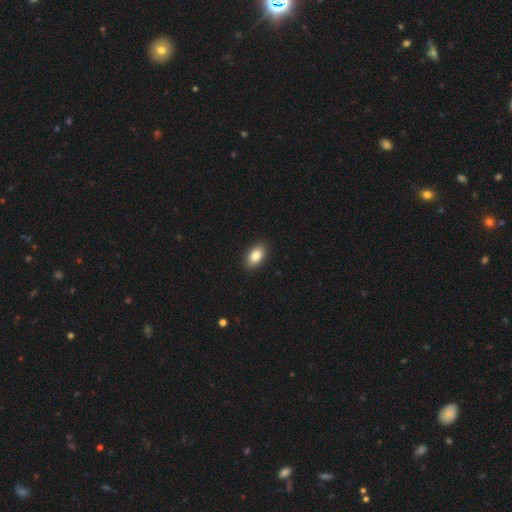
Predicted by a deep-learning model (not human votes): Smooth or featured: smooth — 84% (featured or disk — 8%)
How rounded: in between — 92% (round — 6%)
Merging: none — 90% (minor disturbance — 7%)